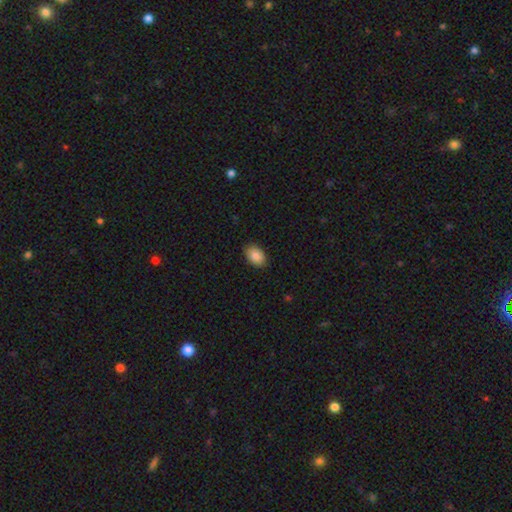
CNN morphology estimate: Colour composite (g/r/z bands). It shows a smooth galaxy with no disk features (86%) that is in between round and cigar-shaped (87%). Merging: none (88%).